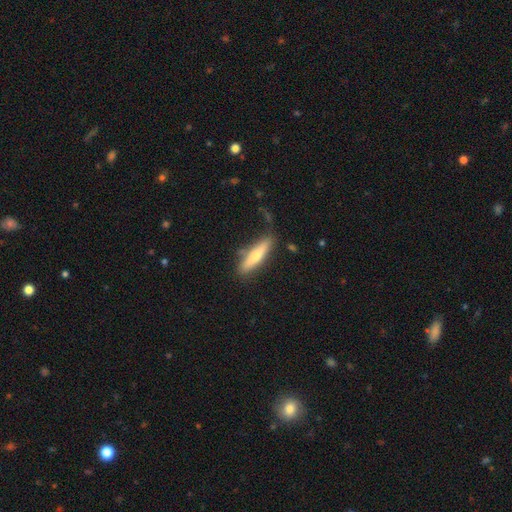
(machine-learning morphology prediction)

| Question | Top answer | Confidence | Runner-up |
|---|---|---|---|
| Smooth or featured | smooth | 59% | featured or disk (35%) |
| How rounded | cigar-shaped | 77% | in between (21%) |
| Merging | none | 76% | minor disturbance (16%) |